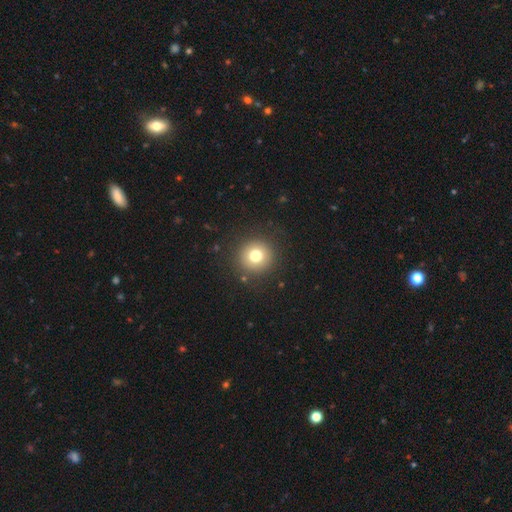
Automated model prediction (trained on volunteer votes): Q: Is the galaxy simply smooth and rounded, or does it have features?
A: smooth — 75%.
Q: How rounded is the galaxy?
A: round — 95%.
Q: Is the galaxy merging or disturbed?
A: none — 90%.